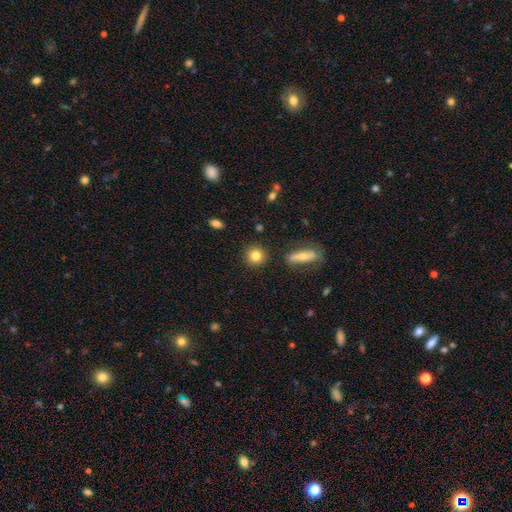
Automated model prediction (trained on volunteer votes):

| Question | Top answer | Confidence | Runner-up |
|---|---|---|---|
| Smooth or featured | smooth | 82% | star or artifact (9%) |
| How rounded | round | 89% | in between (9%) |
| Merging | none | 89% | minor disturbance (6%) |